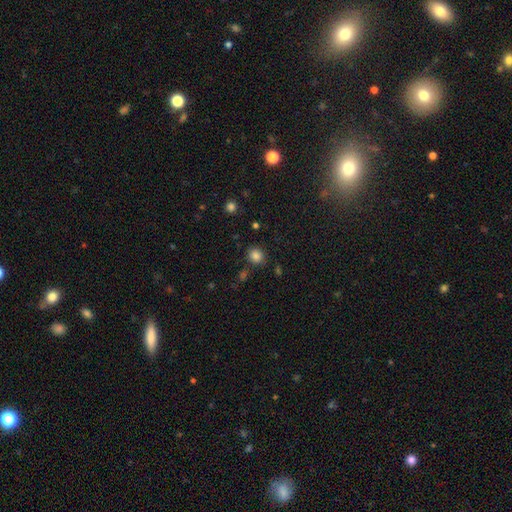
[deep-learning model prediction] smooth-or-featured: smooth: 83% | star or artifact: 12% | featured or disk: 5%
  how-rounded: round: 79% | in between: 20% | cigar-shaped: 1%
  merging: none: 83% | minor disturbance: 9% | merger: 4% | major disturbance: 3%